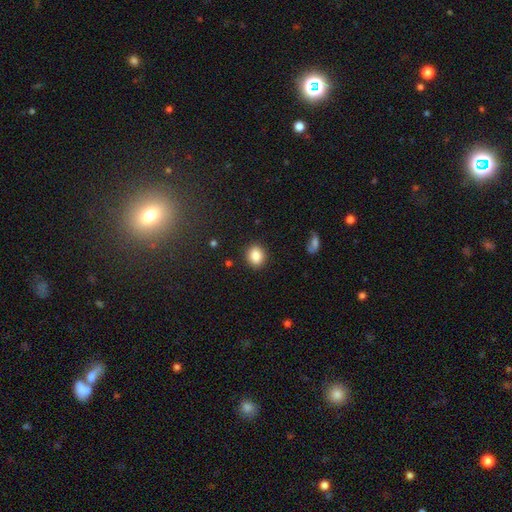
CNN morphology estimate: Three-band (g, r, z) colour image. It shows a smooth galaxy with no disk features (87%) that is round (61%). Merging: none (88%).